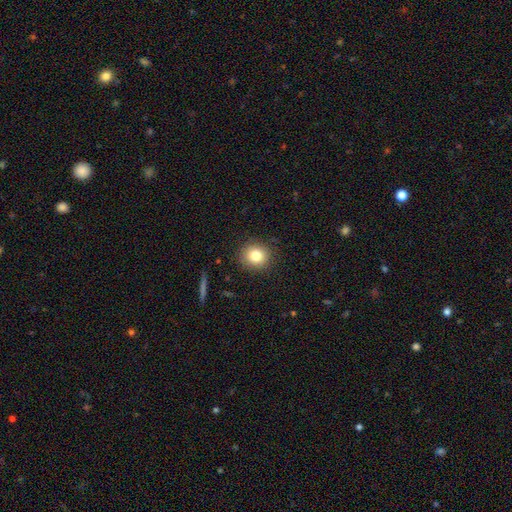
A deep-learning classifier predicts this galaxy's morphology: This is clearly a smooth galaxy (80%). How rounded: clearly round (86%). Merging: clearly none (89%).